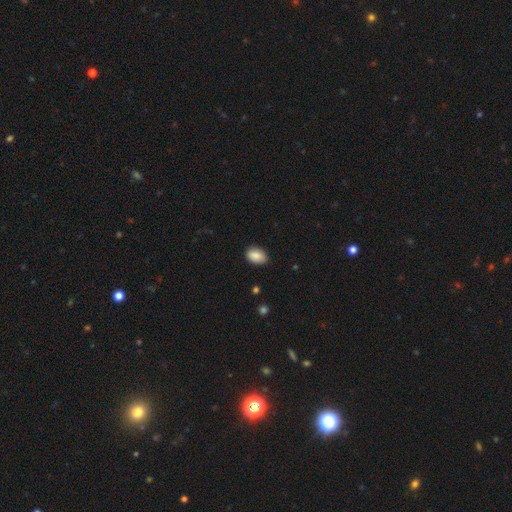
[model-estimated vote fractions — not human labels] A smooth galaxy with no disk features (87%) that is in between round and cigar-shaped (87%).

Vote fractions:
- Smooth or featured? smooth: 87% / star or artifact: 8% / featured or disk: 6%
- How rounded? in between: 87% / round: 12% / cigar-shaped: 1%
- Merging? none: 82% / minor disturbance: 15% / major disturbance: 2% / merger: 1%